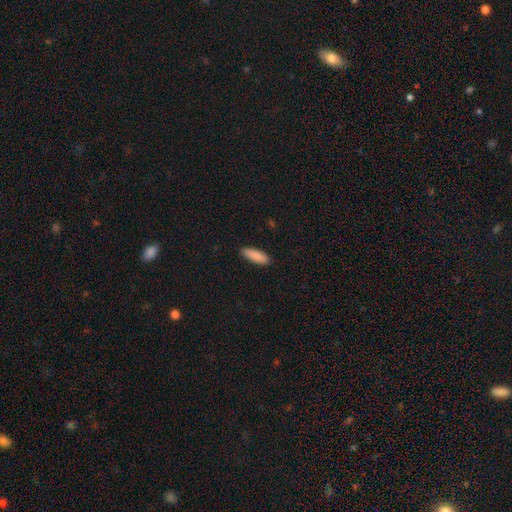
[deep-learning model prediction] smooth_or_featured: smooth (p=0.89) [alt: star or artifact p=0.06]
how_rounded: in between (p=0.51) [alt: cigar-shaped p=0.48]
merging: none (p=0.89) [alt: minor disturbance p=0.09]